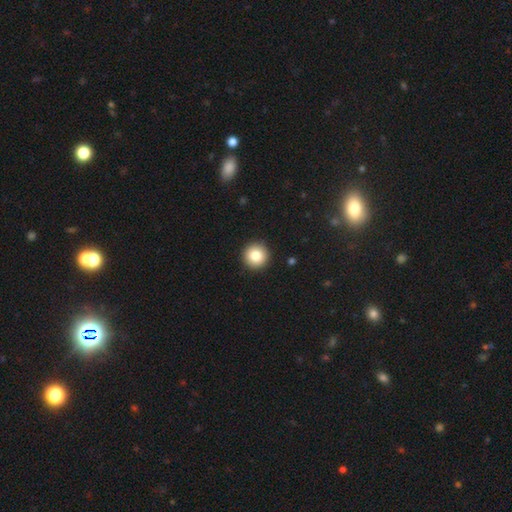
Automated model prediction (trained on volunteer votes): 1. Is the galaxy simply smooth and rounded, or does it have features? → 82% smooth, 9% star or artifact, 9% featured or disk.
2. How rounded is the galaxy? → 96% round, 3% in between, 1% cigar-shaped.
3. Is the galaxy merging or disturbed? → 93% none, 5% minor disturbance, 2% major disturbance, 1% merger.